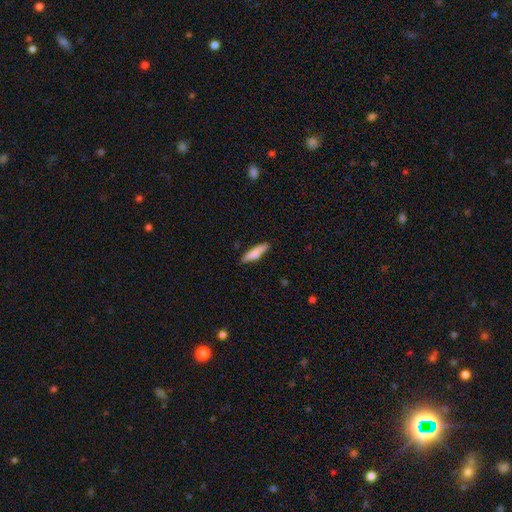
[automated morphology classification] type=smooth (79%); roundness=cigar-shaped (80%); merging=none (81%).